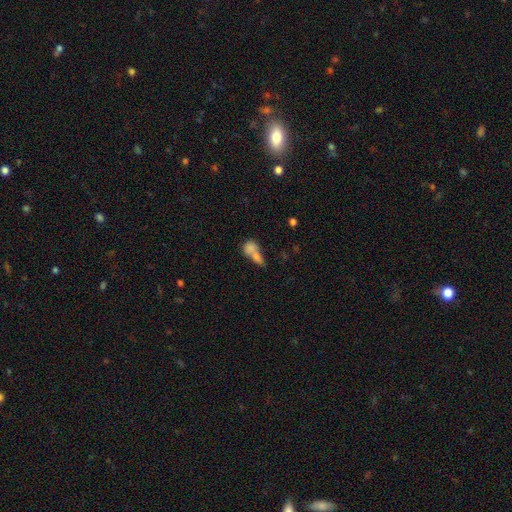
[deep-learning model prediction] This appears to be a smooth galaxy with no disk features (73%) that is in between round and cigar-shaped (59%). Merging: merger (64%).